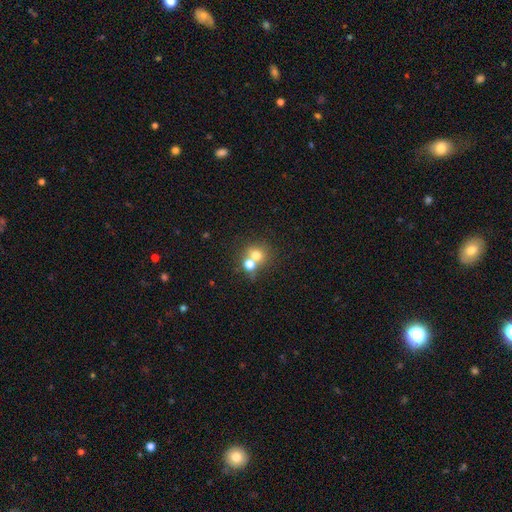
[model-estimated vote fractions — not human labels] A smooth galaxy with no disk features (69%) that is round (78%).

Vote fractions:
- Smooth or featured? smooth: 69% / featured or disk: 16% / star or artifact: 15%
- How rounded? round: 78% / in between: 21% / cigar-shaped: 1%
- Merging? merger: 52% / none: 39% / minor disturbance: 6% / major disturbance: 3%